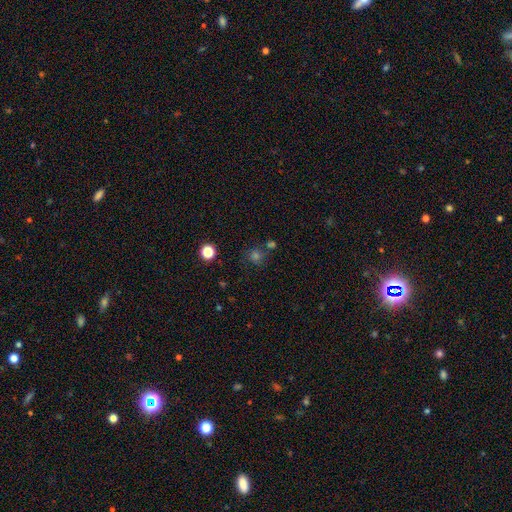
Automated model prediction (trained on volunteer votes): Smooth or featured? Predicted: smooth (p=0.63). How rounded? Predicted: round (p=0.91). Merging? Predicted: none (p=0.74).